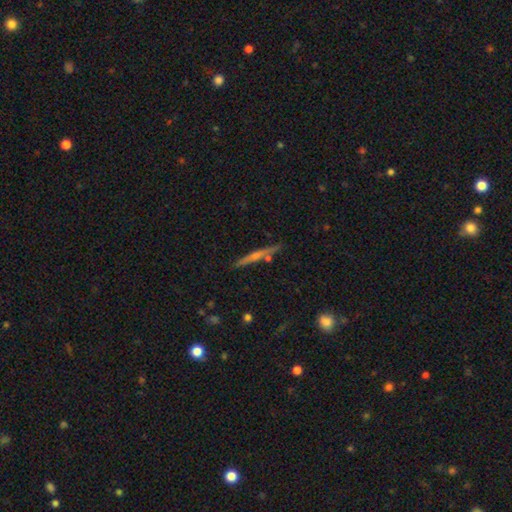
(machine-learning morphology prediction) Q: Smooth or featured?
A: featured or disk (60%); runner-up: smooth (31%)
Q: Edge-on disk?
A: yes (97%); runner-up: no (3%)
Q: Edge-on bulge?
A: rounded (56%); runner-up: none (37%)
Q: Merging?
A: none (85%); runner-up: minor disturbance (9%)